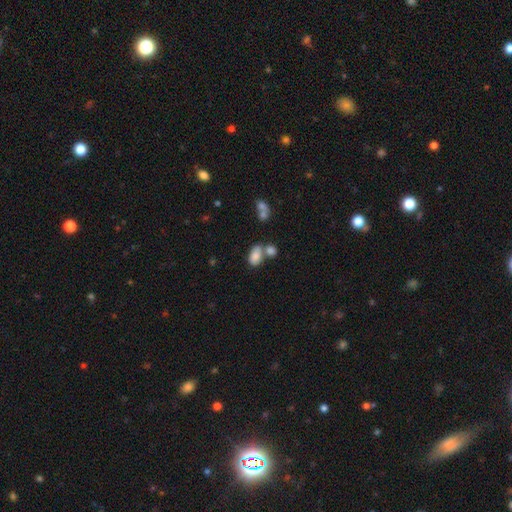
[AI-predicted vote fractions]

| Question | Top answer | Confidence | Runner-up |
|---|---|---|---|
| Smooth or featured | smooth | 81% | featured or disk (10%) |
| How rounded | in between | 89% | round (9%) |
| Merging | merger | 41% | none (39%) |